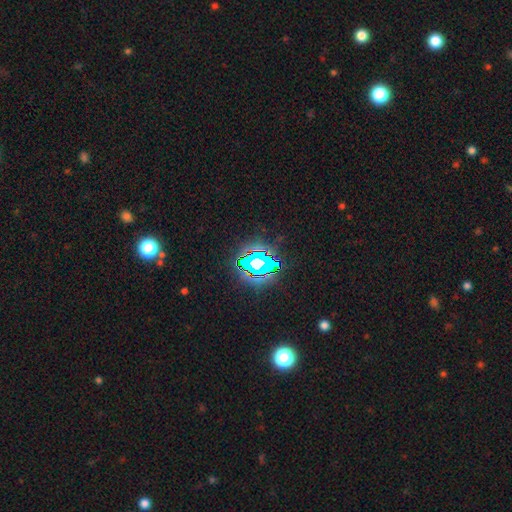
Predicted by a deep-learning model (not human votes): smooth_or_featured: star or artifact (p=0.77) [alt: smooth p=0.13]